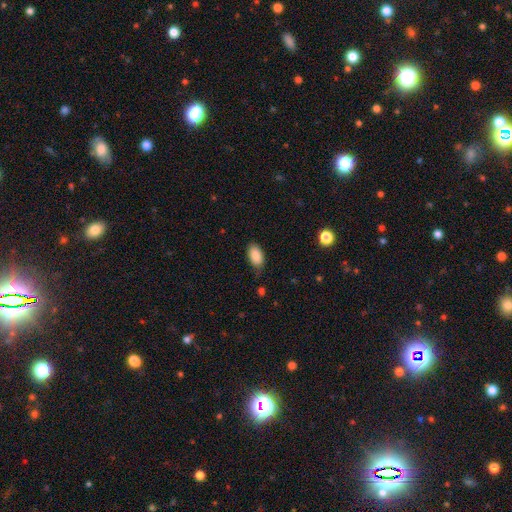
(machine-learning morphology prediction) A smooth galaxy with no disk features (88%) that is in between round and cigar-shaped (94%).

Vote fractions:
- Smooth or featured? smooth: 88% / star or artifact: 7% / featured or disk: 4%
- How rounded? in between: 94% / round: 4% / cigar-shaped: 2%
- Merging? none: 78% / minor disturbance: 18% / major disturbance: 3% / merger: 1%